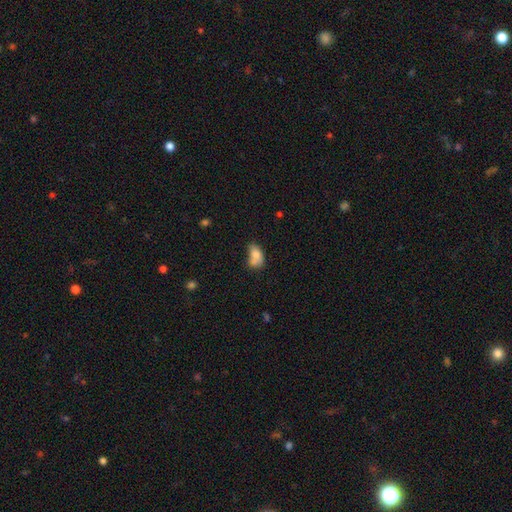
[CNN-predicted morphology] smooth 74%, featured or disk 17%, star or artifact 9%. Down the decision tree: how rounded — in between (82%); merging — merger (43%).